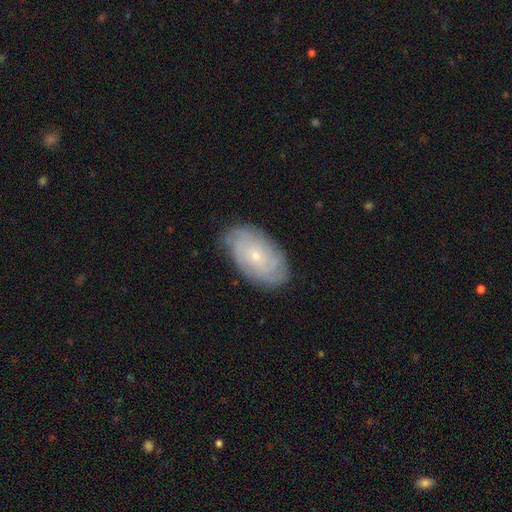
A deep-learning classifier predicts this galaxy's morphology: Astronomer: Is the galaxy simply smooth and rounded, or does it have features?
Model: featured or disk — 69%.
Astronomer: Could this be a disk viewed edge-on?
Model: no — 95%.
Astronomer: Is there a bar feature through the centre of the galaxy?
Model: no — 83%.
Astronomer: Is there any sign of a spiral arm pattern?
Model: yes — 90%.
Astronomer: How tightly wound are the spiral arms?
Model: tight — 74%.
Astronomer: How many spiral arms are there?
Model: can't tell — 50%.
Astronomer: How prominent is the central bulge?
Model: small — 79%.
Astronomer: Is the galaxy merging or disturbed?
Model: none — 81%.